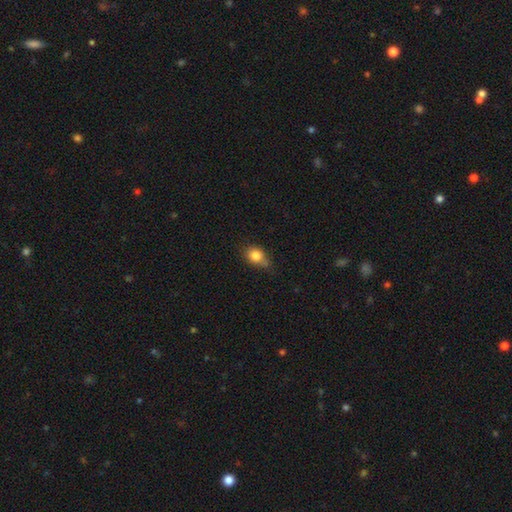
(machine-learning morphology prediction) smooth-or-featured: smooth: 83% | star or artifact: 10% | featured or disk: 8%
  how-rounded: in between: 52% | round: 46% | cigar-shaped: 2%
  merging: none: 49% | minor disturbance: 38% | major disturbance: 8% | merger: 5%